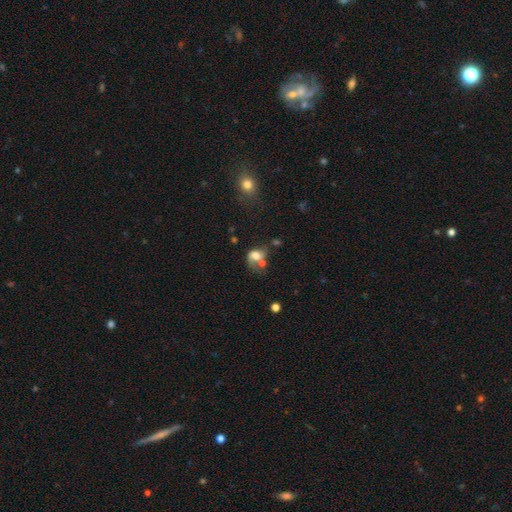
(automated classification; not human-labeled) Smooth or featured? Predicted: smooth (p=0.58). How rounded? Predicted: in between (p=0.58). Merging? Predicted: merger (p=0.35).